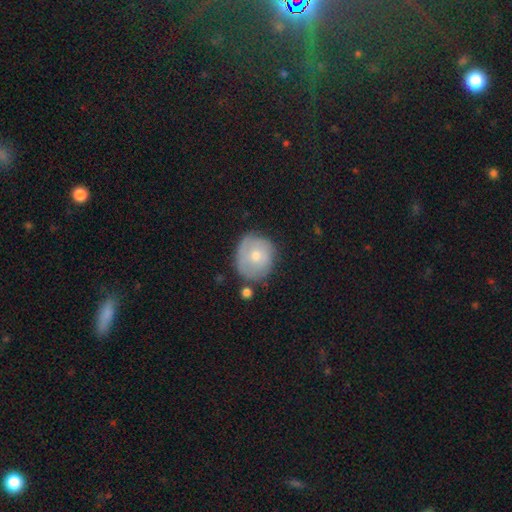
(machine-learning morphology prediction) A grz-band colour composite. It shows a smooth galaxy with no disk features (58%) that is round (76%). Merging: none (63%).